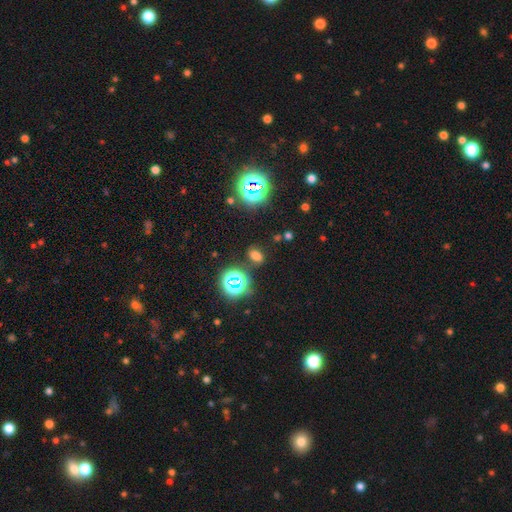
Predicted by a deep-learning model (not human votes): Smooth or featured: smooth — 60% (star or artifact — 32%)
How rounded: in between — 75% (round — 23%)
Merging: none — 80% (minor disturbance — 12%)